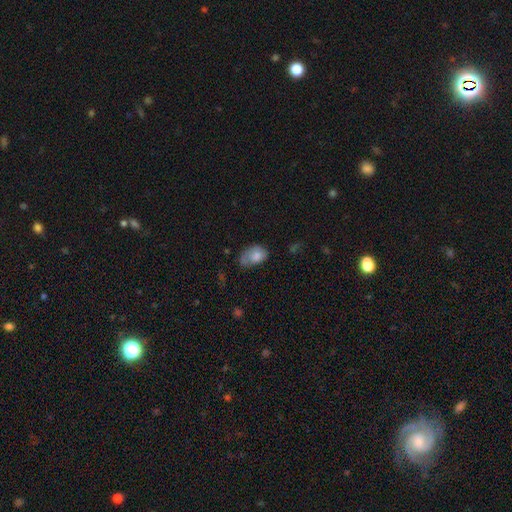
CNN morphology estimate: Q: Smooth or featured?
A: smooth (74%); runner-up: featured or disk (18%)
Q: How rounded?
A: in between (84%); runner-up: round (14%)
Q: Merging?
A: minor disturbance (38%); runner-up: none (36%)